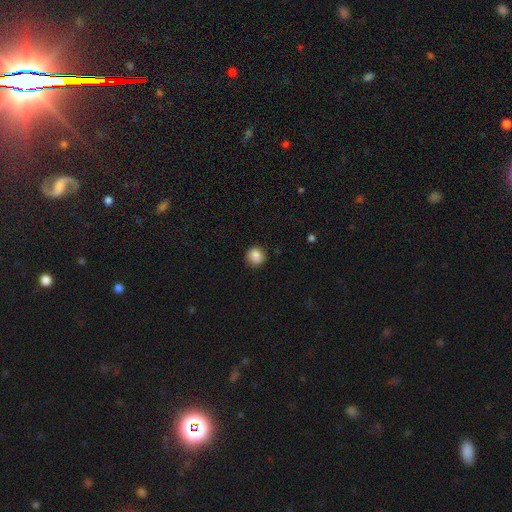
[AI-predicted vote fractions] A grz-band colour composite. It shows a smooth galaxy with no disk features (87%) that is round (89%). Merging: none (88%).